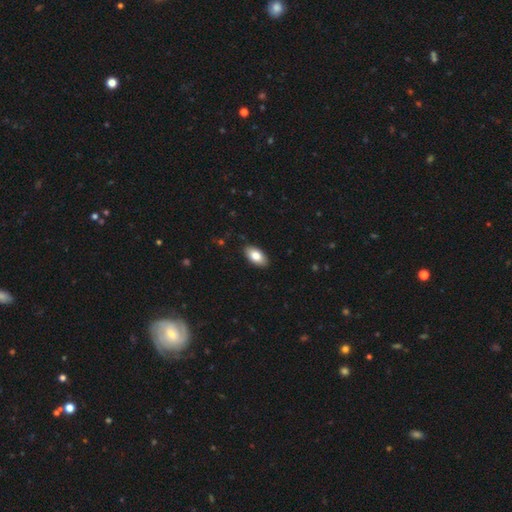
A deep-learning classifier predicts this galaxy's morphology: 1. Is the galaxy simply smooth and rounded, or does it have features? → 83% smooth, 11% featured or disk, 6% star or artifact.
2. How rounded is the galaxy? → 94% in between, 3% round, 3% cigar-shaped.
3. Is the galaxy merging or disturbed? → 89% none, 8% minor disturbance, 2% major disturbance, 1% merger.